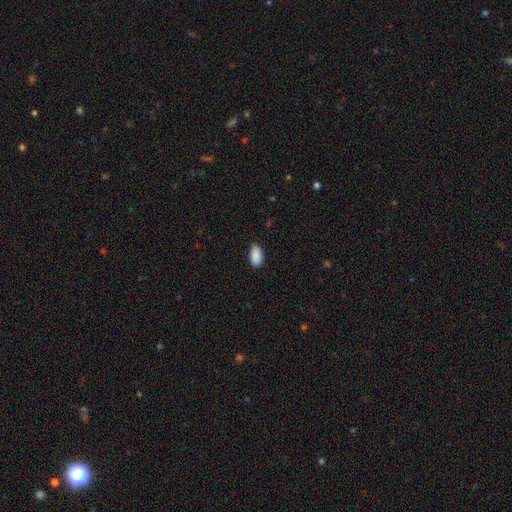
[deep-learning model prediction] This appears to be a smooth galaxy with no disk features (90%) that is in between round and cigar-shaped (94%). Merging: none (79%).